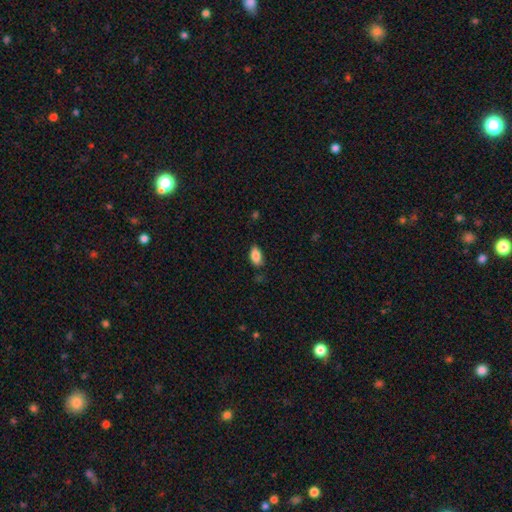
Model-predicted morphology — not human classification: Smooth or featured?
  - smooth: 85% *
  - star or artifact: 8%
  - featured or disk: 7%
How rounded?
  - in between: 91% *
  - cigar-shaped: 5%
  - round: 4%
Merging?
  - none: 76% *
  - minor disturbance: 19%
  - major disturbance: 3%
  - merger: 1%